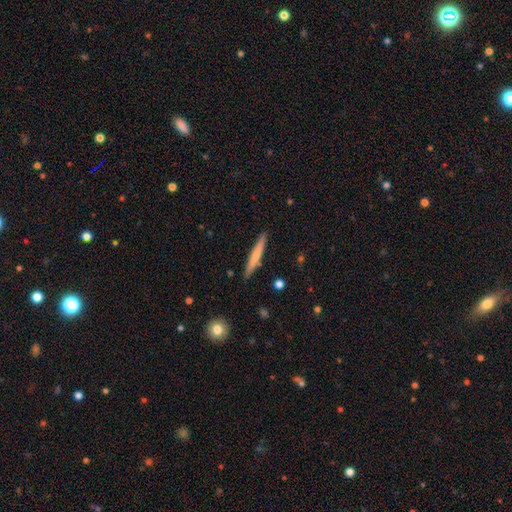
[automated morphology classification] A smooth galaxy with no disk features (63%) that is cigar-shaped (95%).

Vote fractions:
- Smooth or featured? smooth: 63% / featured or disk: 31% / star or artifact: 5%
- How rounded? cigar-shaped: 95% / in between: 3% / round: 1%
- Merging? none: 89% / minor disturbance: 8% / merger: 2% / major disturbance: 2%